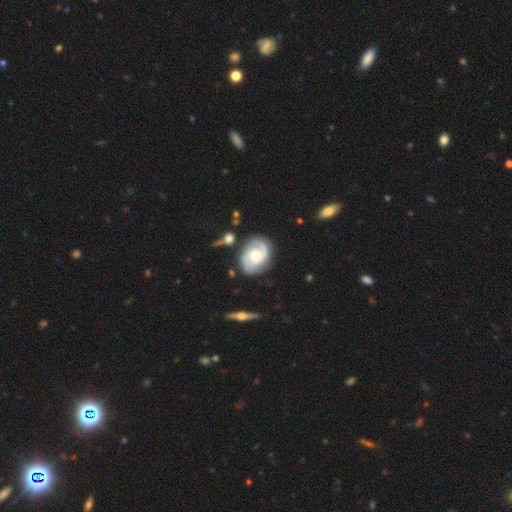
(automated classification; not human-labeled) Smooth or featured: featured or disk — 87% (smooth — 9%)
Edge-on disk: no — 97% (yes — 3%)
Bar: no — 61% (weak — 32%)
Spiral arms: yes — 97% (no — 3%)
Spiral winding: tight — 50% (medium — 40%)
Spiral arm count: 2 — 85% (can't tell — 5%)
Bulge size: moderate — 54% (small — 37%)
Merging: none — 76% (minor disturbance — 15%)